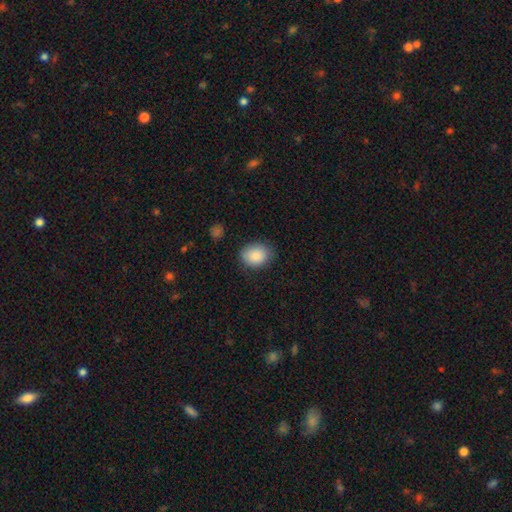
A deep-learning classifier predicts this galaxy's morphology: This appears to be a smooth galaxy with no disk features (87%) that is in between round and cigar-shaped (53%). Merging: none (82%).